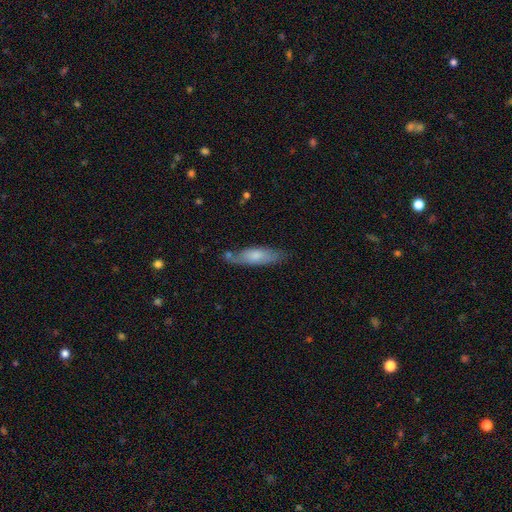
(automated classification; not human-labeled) Overall: smooth (66%; featured or disk 28%). How rounded: cigar-shaped (59%; in between 39%). Merging: none (65%).